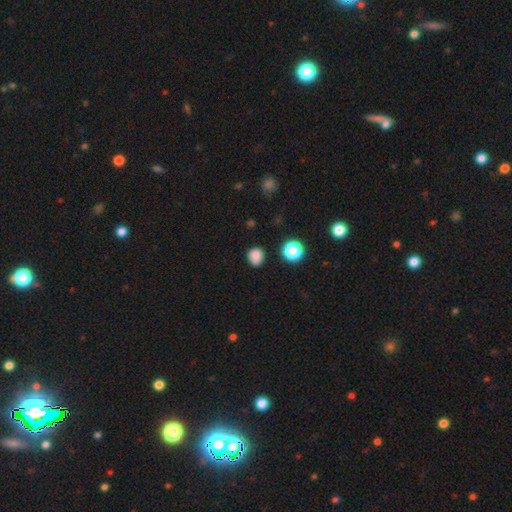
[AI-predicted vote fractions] This is clearly a smooth galaxy (81%). How rounded: likely round (73%). Merging: likely none (71%).